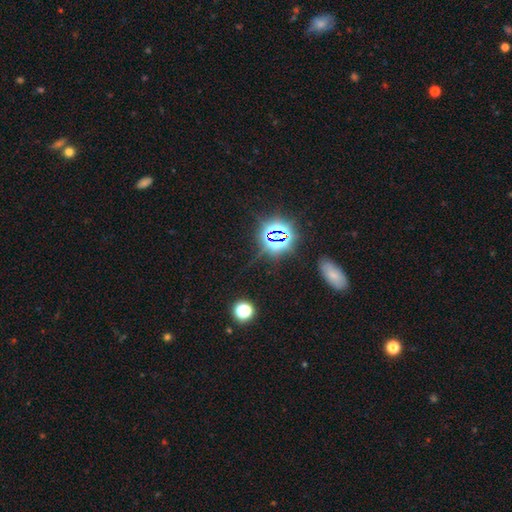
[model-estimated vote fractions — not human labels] smooth_or_featured: star or artifact (p=0.65) [alt: smooth p=0.25]